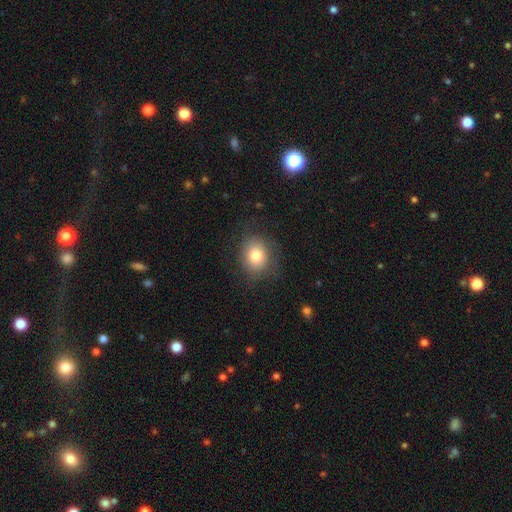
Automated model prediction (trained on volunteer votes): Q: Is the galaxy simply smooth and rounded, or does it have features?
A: smooth — 78%.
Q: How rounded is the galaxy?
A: round — 60%.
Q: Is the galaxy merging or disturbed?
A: none — 78%.